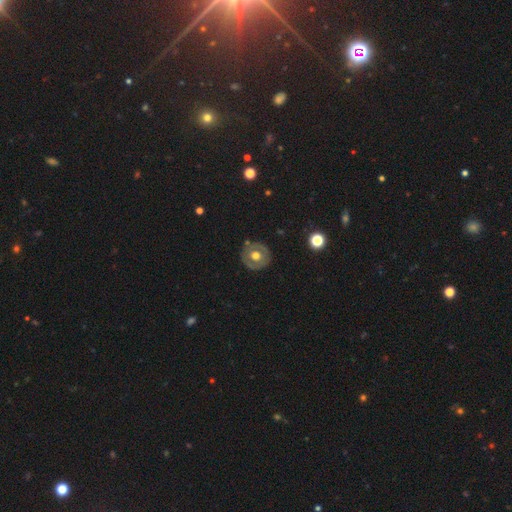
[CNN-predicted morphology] A featured or disk galaxy (48%).

Vote fractions:
- Smooth or featured? featured or disk: 48% / smooth: 46% / star or artifact: 7%
- Merging? none: 84% / minor disturbance: 11% / major disturbance: 3% / merger: 2%